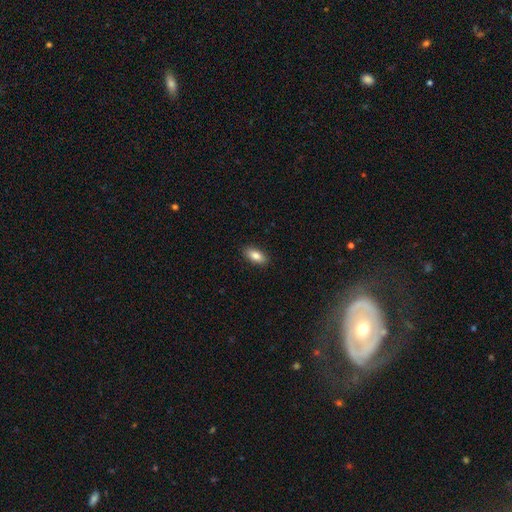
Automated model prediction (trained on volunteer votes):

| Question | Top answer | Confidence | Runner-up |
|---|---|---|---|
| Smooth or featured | smooth | 85% | featured or disk (8%) |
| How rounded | in between | 89% | cigar-shaped (8%) |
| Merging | none | 90% | minor disturbance (8%) |